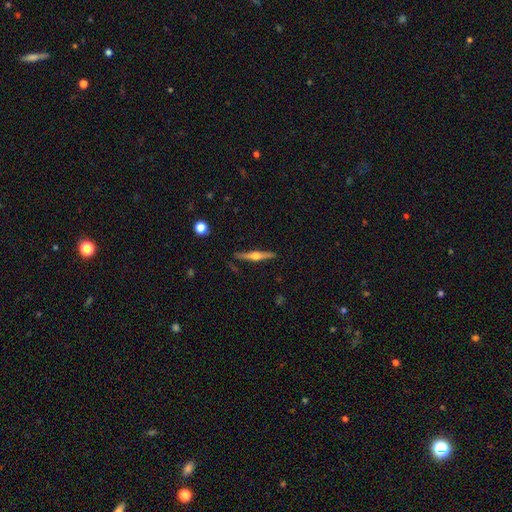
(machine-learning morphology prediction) smooth_or_featured: featured or disk (p=0.72) [alt: smooth p=0.22]
disk_edge_on: yes (p=0.98) [alt: no p=0.02]
edge_on_bulge: rounded (p=0.93) [alt: boxy p=0.04]
merging: none (p=0.89) [alt: minor disturbance p=0.08]